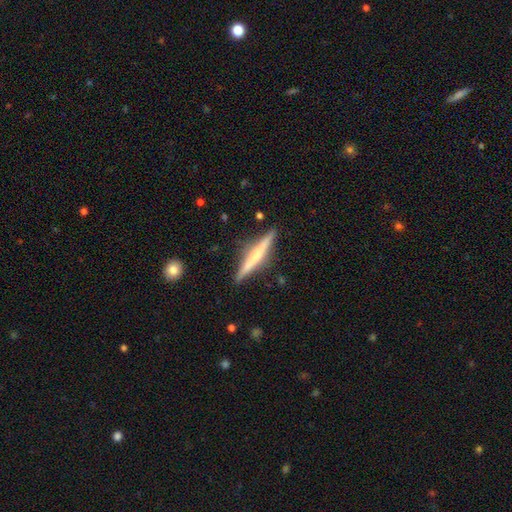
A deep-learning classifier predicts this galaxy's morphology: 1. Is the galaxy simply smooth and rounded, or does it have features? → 61% featured or disk, 33% smooth, 6% star or artifact.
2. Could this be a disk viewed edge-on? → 97% yes, 3% no.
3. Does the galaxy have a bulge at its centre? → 45% none, 42% rounded, 12% boxy.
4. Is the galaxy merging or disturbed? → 89% none, 8% minor disturbance, 2% major disturbance, 1% merger.